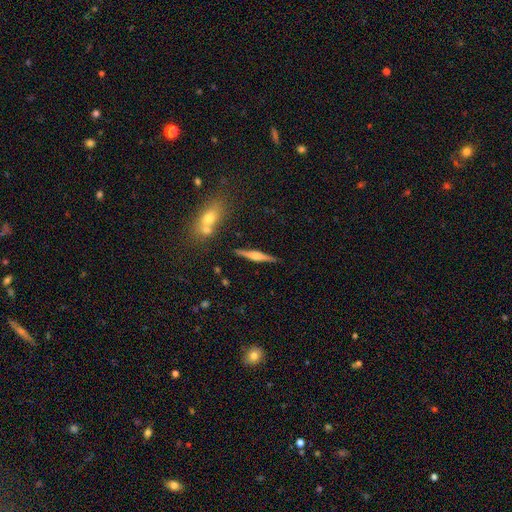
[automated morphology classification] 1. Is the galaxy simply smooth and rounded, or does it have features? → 68% featured or disk, 26% smooth, 6% star or artifact.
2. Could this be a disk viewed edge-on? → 97% yes, 3% no.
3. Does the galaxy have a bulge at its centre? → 84% rounded, 11% boxy, 5% none.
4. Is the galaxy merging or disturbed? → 87% none, 8% minor disturbance, 3% merger, 2% major disturbance.